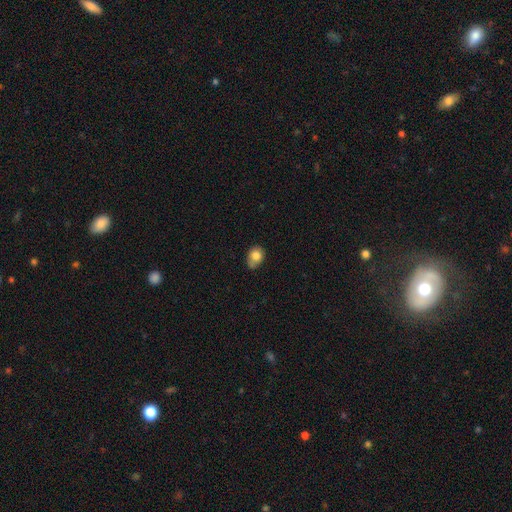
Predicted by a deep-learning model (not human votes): Q: Smooth or featured?
A: smooth (80%); runner-up: featured or disk (10%)
Q: How rounded?
A: in between (54%); runner-up: round (45%)
Q: Merging?
A: none (53%); runner-up: minor disturbance (35%)